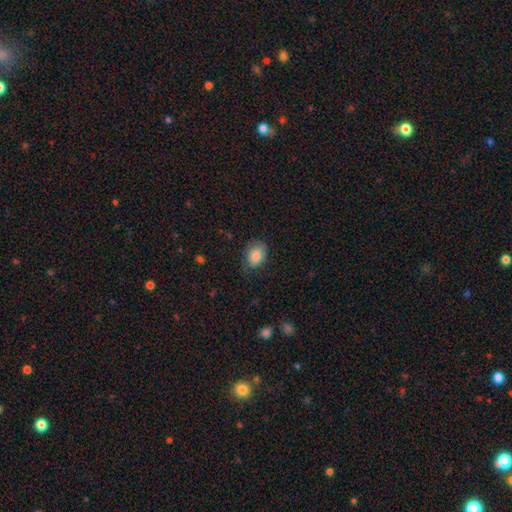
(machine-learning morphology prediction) Q: Smooth or featured?
A: smooth (84%); runner-up: featured or disk (8%)
Q: How rounded?
A: in between (73%); runner-up: round (26%)
Q: Merging?
A: none (71%); runner-up: minor disturbance (22%)